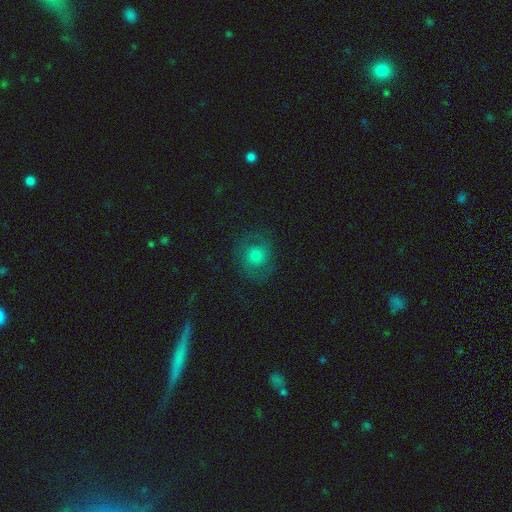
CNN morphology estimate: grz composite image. It shows a smooth galaxy with no disk features (45%). Merging: none (76%).